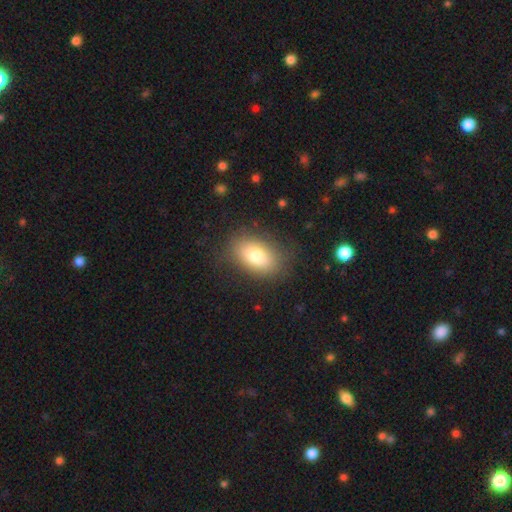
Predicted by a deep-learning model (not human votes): A smooth galaxy with no disk features (78%) that is in between round and cigar-shaped (87%). Merging: none (81%).